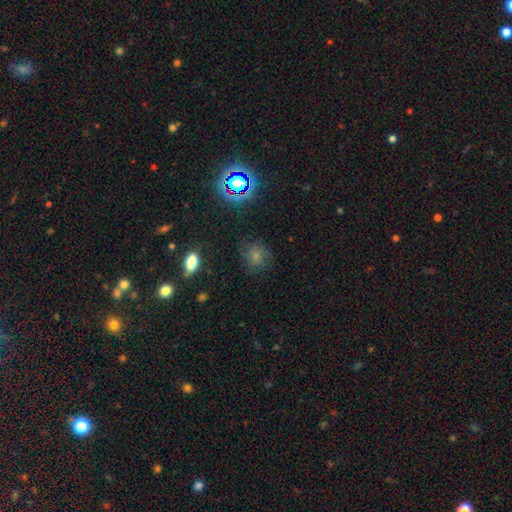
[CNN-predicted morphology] type=smooth (51%); roundness=round (74%); merging=none (73%).